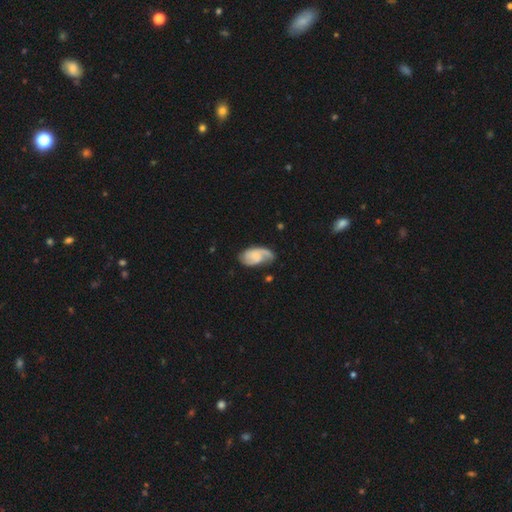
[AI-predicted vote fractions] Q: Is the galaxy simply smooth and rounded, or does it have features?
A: featured or disk — 64%.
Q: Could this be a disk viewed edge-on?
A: no — 97%.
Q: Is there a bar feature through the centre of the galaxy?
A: no — 62%.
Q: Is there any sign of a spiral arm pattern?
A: yes — 92%.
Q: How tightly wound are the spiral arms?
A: medium — 41%.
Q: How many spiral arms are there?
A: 2 — 60%.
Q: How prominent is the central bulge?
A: none — 49%.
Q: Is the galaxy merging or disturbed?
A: none — 52%.